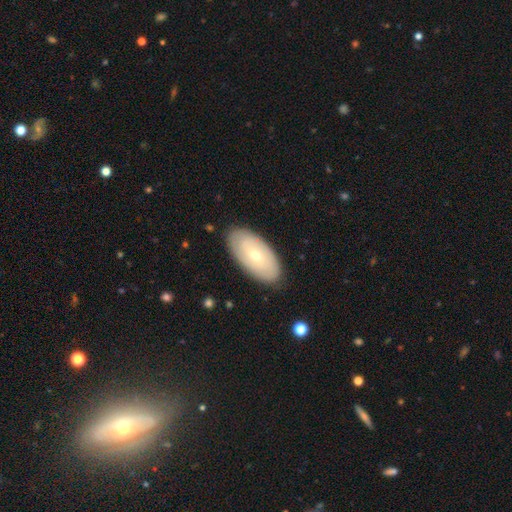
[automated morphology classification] This is possibly a featured or disk galaxy (52%). It is clearly not viewed edge-on (89%). Merging: clearly none (86%).